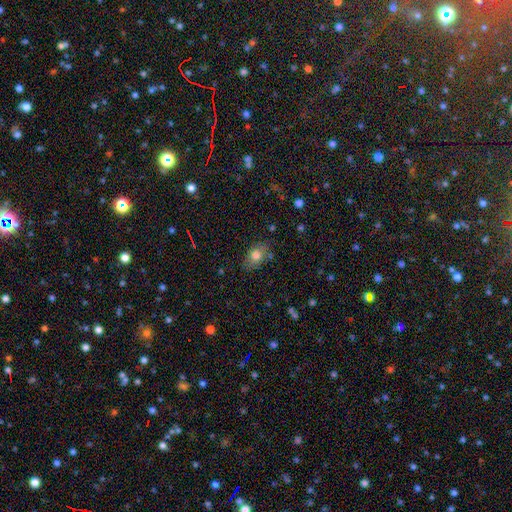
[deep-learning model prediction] Smooth or featured? smooth (76%)
How rounded? in between (80%)
Merging? none (77%)